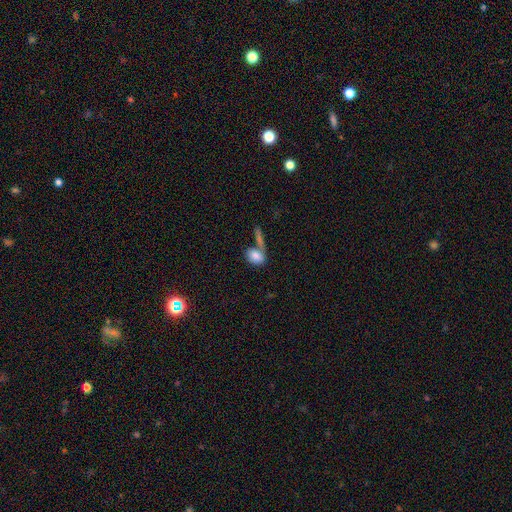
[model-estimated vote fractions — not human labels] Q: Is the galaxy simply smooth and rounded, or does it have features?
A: smooth — 77%.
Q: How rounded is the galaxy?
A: in between — 75%.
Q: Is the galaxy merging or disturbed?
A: merger — 41%.